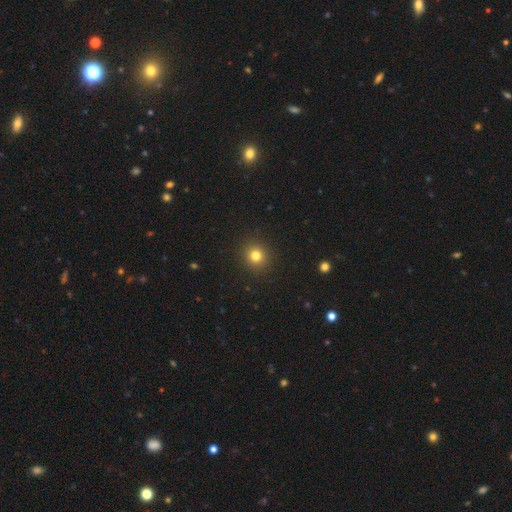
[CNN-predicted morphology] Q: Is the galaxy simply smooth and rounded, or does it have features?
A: smooth — 80%.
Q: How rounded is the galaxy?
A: round — 90%.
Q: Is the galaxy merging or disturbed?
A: none — 92%.